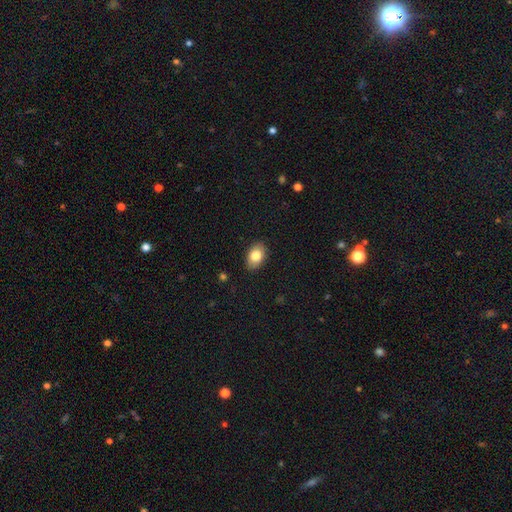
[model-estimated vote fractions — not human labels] Smooth or featured?
  - smooth: 81% *
  - featured or disk: 11%
  - star or artifact: 8%
How rounded?
  - in between: 86% *
  - round: 13%
  - cigar-shaped: 1%
Merging?
  - none: 86% *
  - minor disturbance: 10%
  - major disturbance: 2%
  - merger: 1%